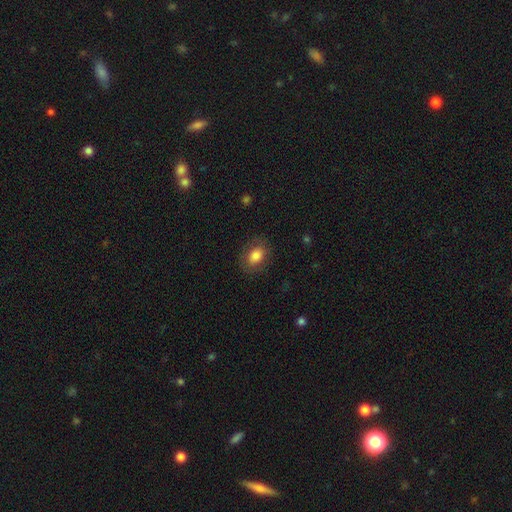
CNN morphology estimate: Smooth or featured? Predicted: smooth (p=0.80). How rounded? Predicted: in between (p=0.69). Merging? Predicted: none (p=0.82).